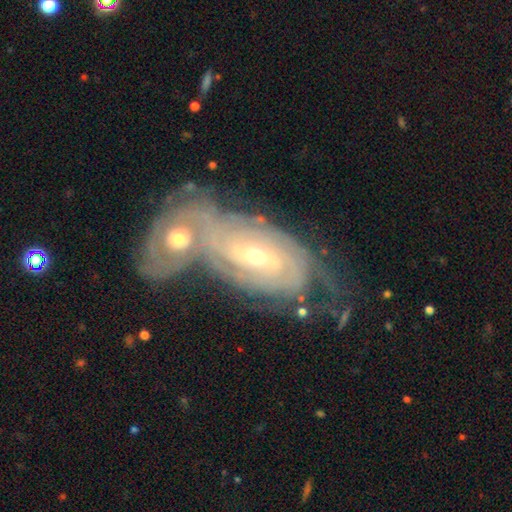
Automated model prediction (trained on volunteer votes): Smooth or featured? featured or disk (84%)
Edge-on disk? no (93%)
Bar? no (46%)
Spiral arms? yes (93%)
Spiral winding? tight (78%)
Spiral arm count? can't tell (56%)
Bulge size? moderate (52%)
Merging? merger (54%)